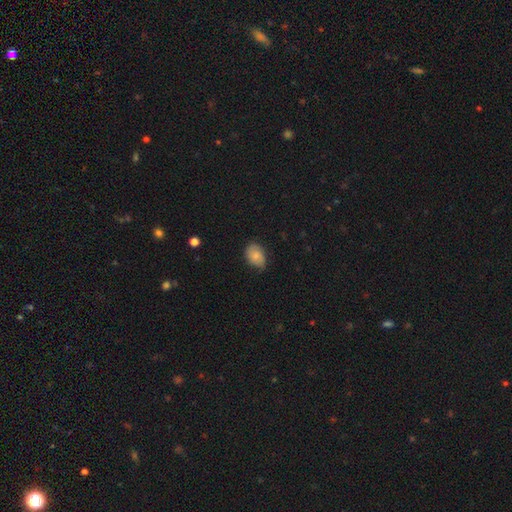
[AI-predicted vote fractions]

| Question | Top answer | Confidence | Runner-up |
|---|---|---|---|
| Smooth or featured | smooth | 73% | featured or disk (19%) |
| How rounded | in between | 77% | round (22%) |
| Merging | none | 57% | minor disturbance (35%) |